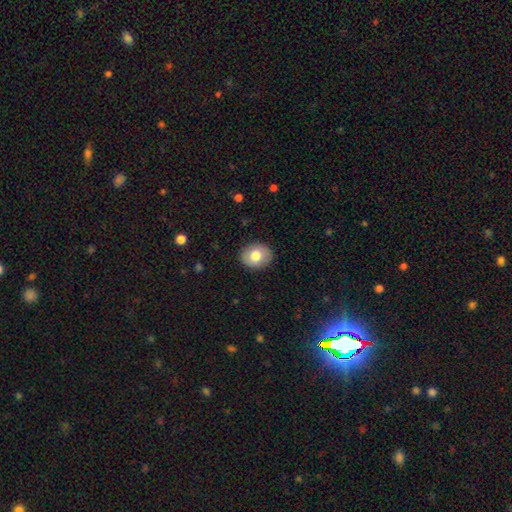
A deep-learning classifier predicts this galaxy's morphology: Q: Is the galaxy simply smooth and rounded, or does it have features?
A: smooth — 78%.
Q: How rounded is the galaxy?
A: round — 57%.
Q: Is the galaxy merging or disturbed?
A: none — 89%.